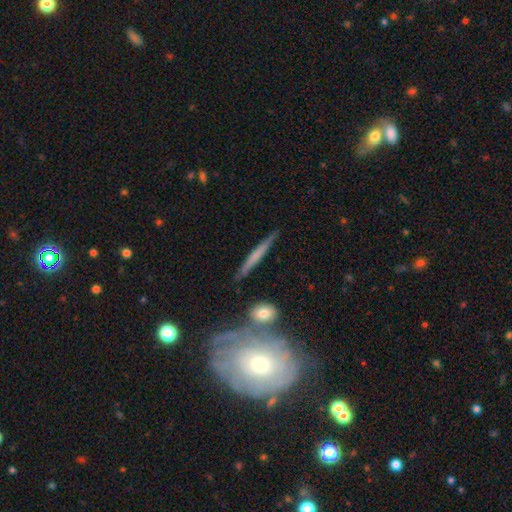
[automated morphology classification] This appears to be a featured or disk galaxy (48%). Merging: none (80%).